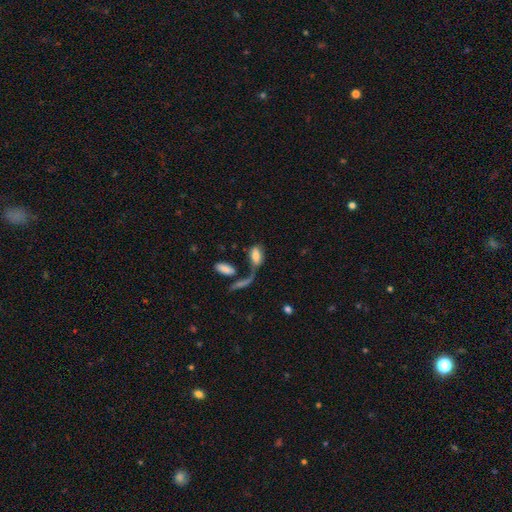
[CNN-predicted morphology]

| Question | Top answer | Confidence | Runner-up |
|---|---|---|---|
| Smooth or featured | smooth | 70% | featured or disk (21%) |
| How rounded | in between | 87% | cigar-shaped (8%) |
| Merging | merger | 37% | none (31%) |